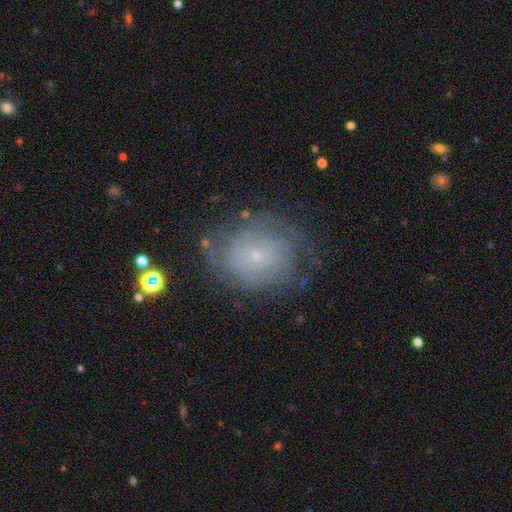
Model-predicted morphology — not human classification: Smooth or featured? Predicted: featured or disk (p=0.63). Edge-on disk? Predicted: no (p=0.97). Bar? Predicted: no (p=0.85). Spiral arms? Predicted: yes (p=0.81). Bulge size? Predicted: small (p=0.86). Merging? Predicted: none (p=0.67).